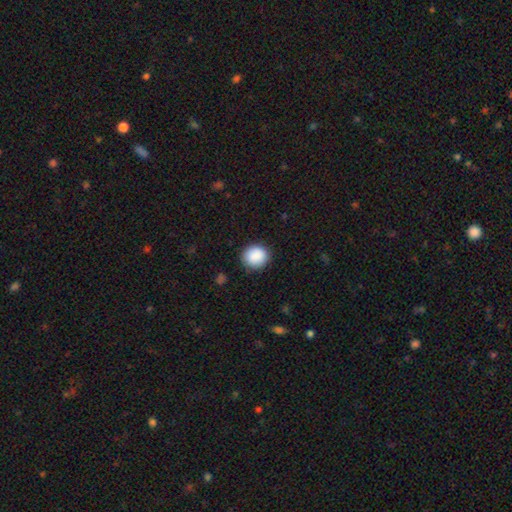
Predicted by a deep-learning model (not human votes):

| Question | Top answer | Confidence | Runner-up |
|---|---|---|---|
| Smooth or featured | smooth | 89% | star or artifact (7%) |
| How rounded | round | 86% | in between (13%) |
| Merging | none | 88% | minor disturbance (8%) |